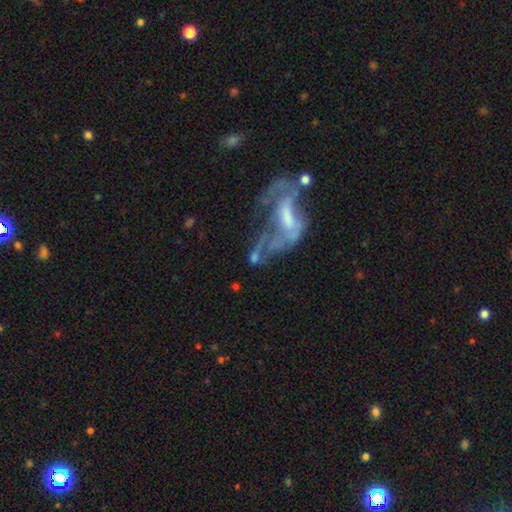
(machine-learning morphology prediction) This is likely a featured or disk galaxy (63%). It is clearly not viewed edge-on (93%). Bar: possibly no (54%). Spiral arm pattern: possibly no (50%, tied with yes). Central bulge: marginally moderate (36%). Merging: marginally major disturbance (38%).